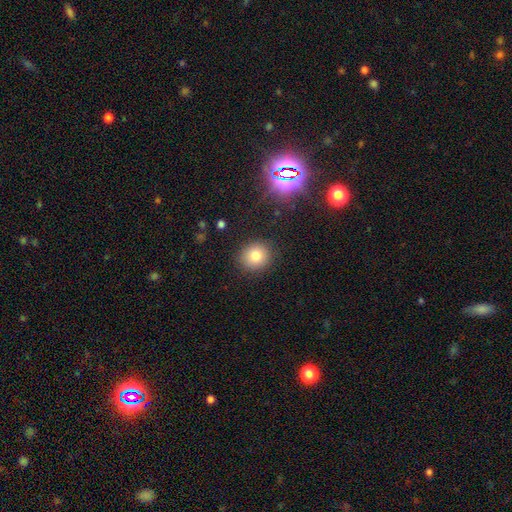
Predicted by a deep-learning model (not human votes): Overall: smooth (79%). How rounded: round (85%). Merging: none (88%).